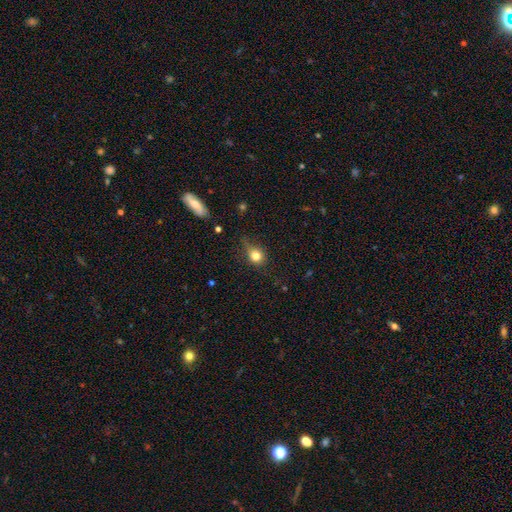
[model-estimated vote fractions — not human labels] This is likely a smooth galaxy (77%). How rounded: likely round (77%). Merging: likely none (63%).